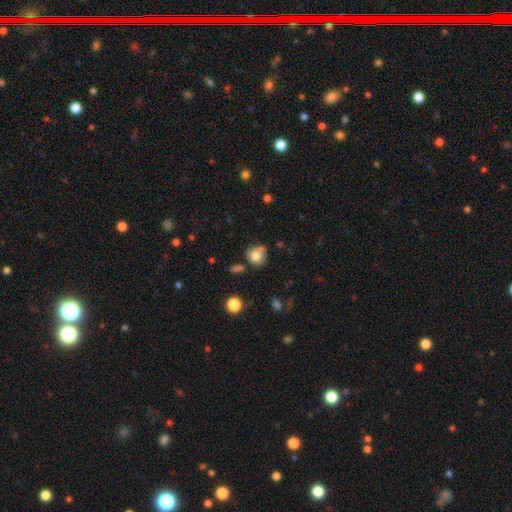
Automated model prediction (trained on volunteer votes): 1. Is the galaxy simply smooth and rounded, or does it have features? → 78% smooth, 12% featured or disk, 10% star or artifact.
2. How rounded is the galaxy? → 83% round, 16% in between, 1% cigar-shaped.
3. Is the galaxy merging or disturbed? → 64% none, 23% minor disturbance, 6% merger, 6% major disturbance.